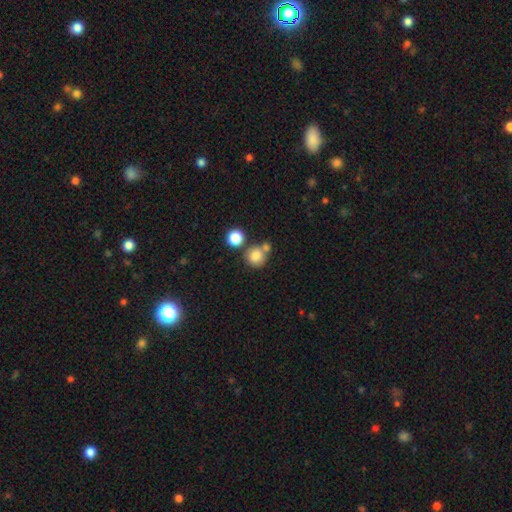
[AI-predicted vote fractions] smooth-or-featured: smooth: 80% | star or artifact: 11% | featured or disk: 9%
  how-rounded: round: 86% | in between: 13% | cigar-shaped: 1%
  merging: none: 56% | merger: 29% | minor disturbance: 11% | major disturbance: 4%